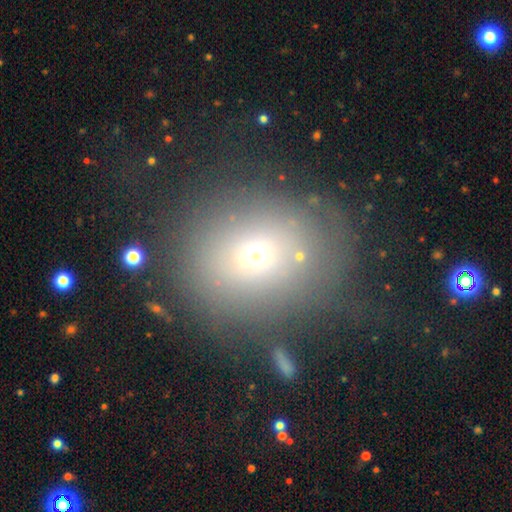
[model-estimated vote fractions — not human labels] Smooth or featured? smooth (64%)
How rounded? round (70%)
Merging? none (63%)